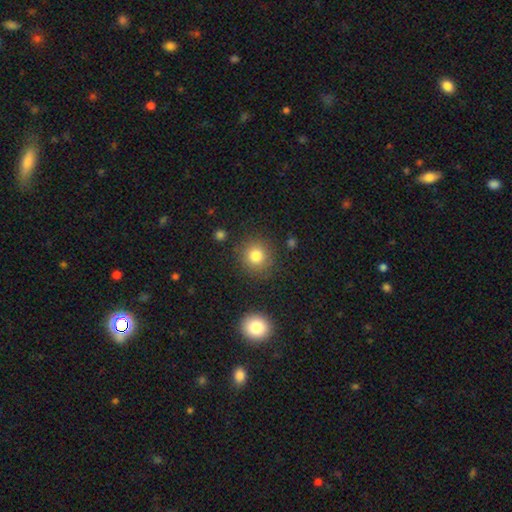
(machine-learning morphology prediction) smooth-or-featured: smooth: 81% | star or artifact: 11% | featured or disk: 8%
  how-rounded: round: 90% | in between: 9% | cigar-shaped: 1%
  merging: none: 86% | minor disturbance: 8% | major disturbance: 3% | merger: 3%